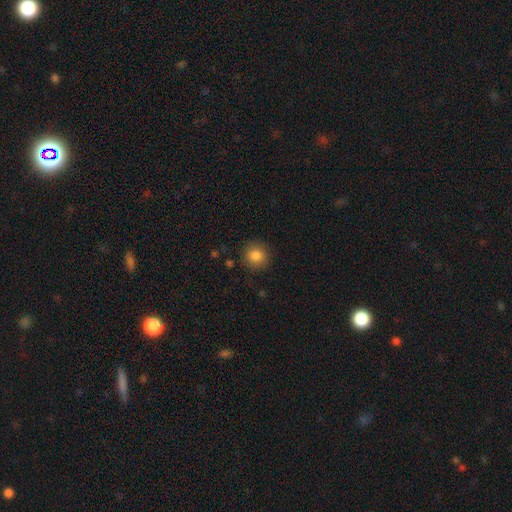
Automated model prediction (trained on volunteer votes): Overall: smooth (84%). How rounded: round (91%). Merging: none (88%).